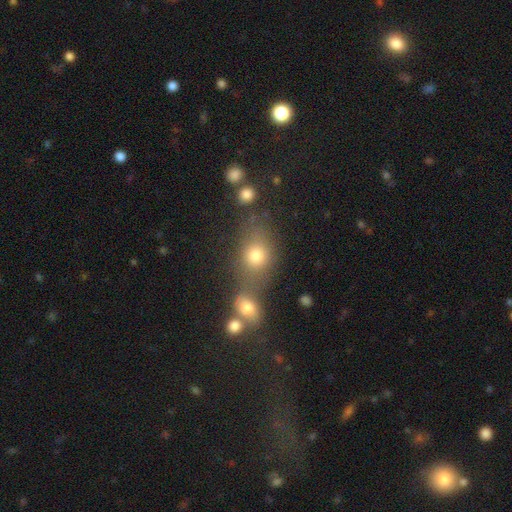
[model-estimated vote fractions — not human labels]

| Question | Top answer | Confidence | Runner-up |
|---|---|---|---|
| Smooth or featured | smooth | 74% | star or artifact (14%) |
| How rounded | in between | 49% | tied: round (49%) |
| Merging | none | 45% | merger (37%) |